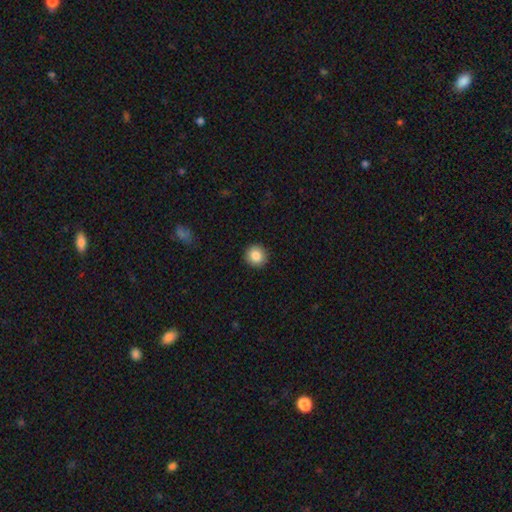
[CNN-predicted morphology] This appears to be a smooth galaxy with no disk features (86%) that is round (93%). Merging: none (92%).